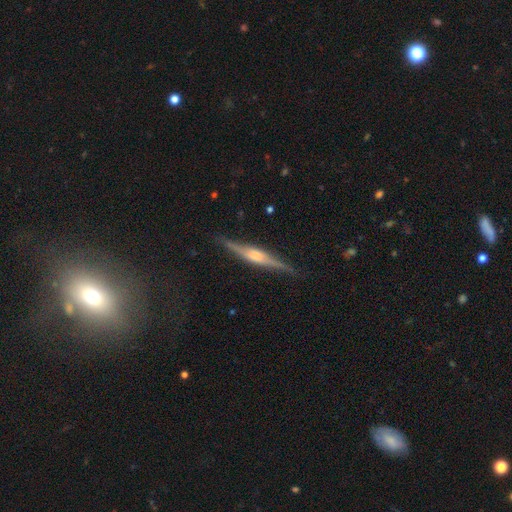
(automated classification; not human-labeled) Q: Smooth or featured?
A: featured or disk (77%); runner-up: smooth (18%)
Q: Edge-on disk?
A: yes (98%); runner-up: no (2%)
Q: Edge-on bulge?
A: rounded (70%); runner-up: boxy (23%)
Q: Merging?
A: none (88%); runner-up: minor disturbance (9%)